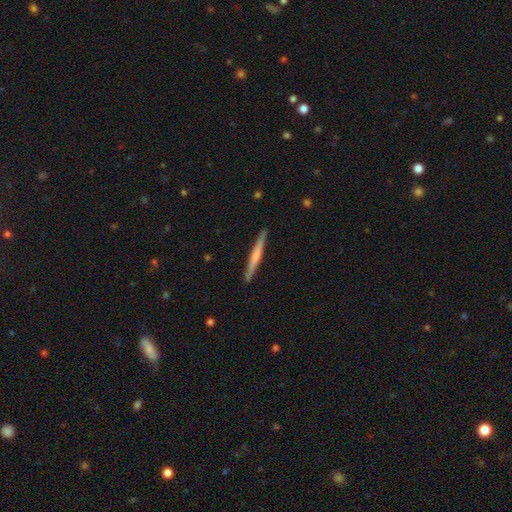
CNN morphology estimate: Smooth or featured? Predicted: featured or disk (p=0.50). Merging? Predicted: none (p=0.90).